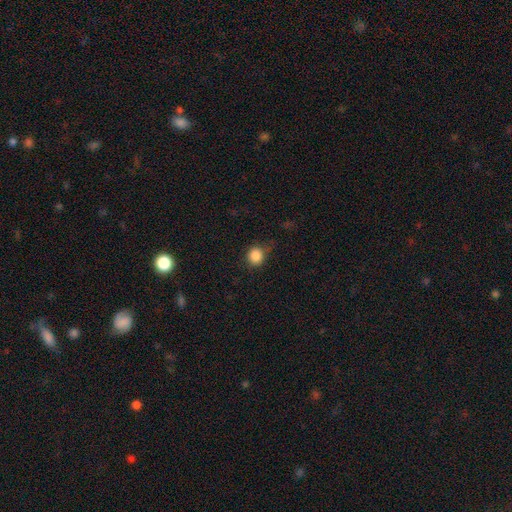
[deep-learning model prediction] Morphology: type=smooth (86%); roundness=round (86%); merging=none (73%).